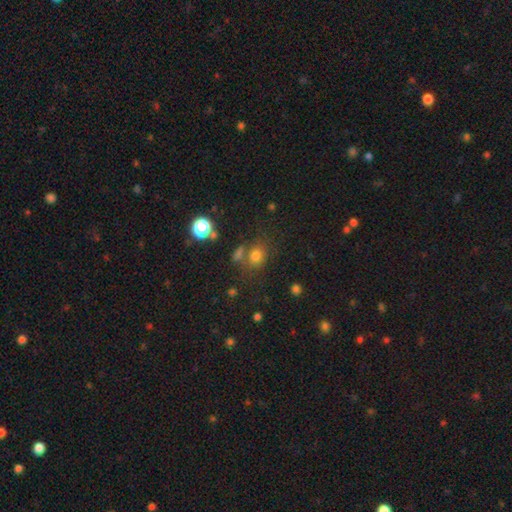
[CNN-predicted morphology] Overall: smooth (71%). How rounded: round (66%; in between 33%). Merging: none (65%).